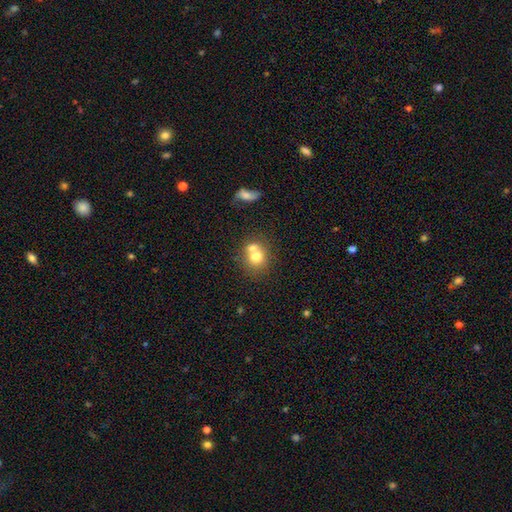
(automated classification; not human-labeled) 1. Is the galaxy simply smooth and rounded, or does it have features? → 70% smooth, 19% featured or disk, 10% star or artifact.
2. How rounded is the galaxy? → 75% round, 24% in between, 1% cigar-shaped.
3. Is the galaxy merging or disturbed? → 49% merger, 38% none, 9% minor disturbance, 4% major disturbance.